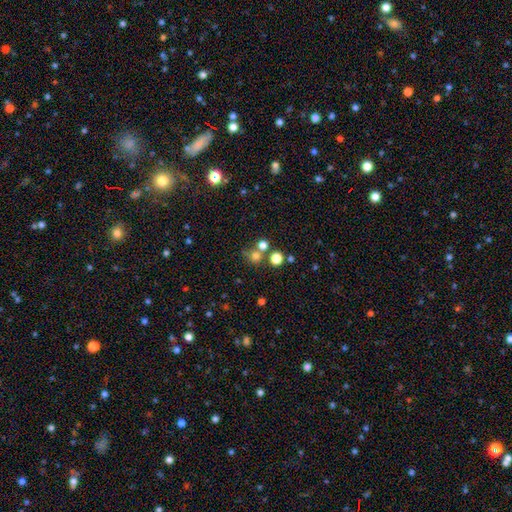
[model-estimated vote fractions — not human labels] smooth 69%, star or artifact 21%, featured or disk 10%. Down the decision tree: how rounded — round (88%); merging — none (58%).